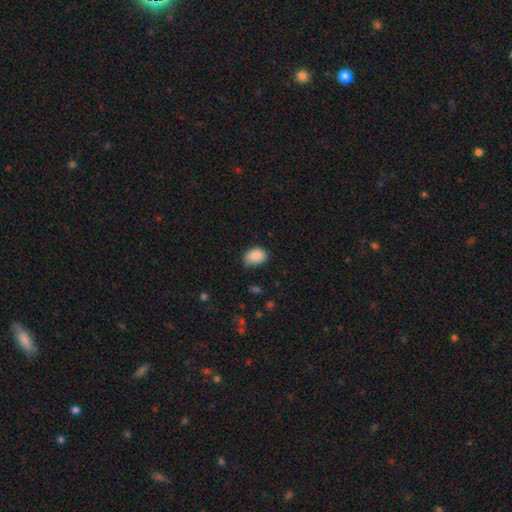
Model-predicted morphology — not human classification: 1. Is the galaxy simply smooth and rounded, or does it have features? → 88% smooth, 8% star or artifact, 4% featured or disk.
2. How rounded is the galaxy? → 78% in between, 21% round, 1% cigar-shaped.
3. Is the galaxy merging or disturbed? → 67% none, 27% minor disturbance, 4% major disturbance, 1% merger.